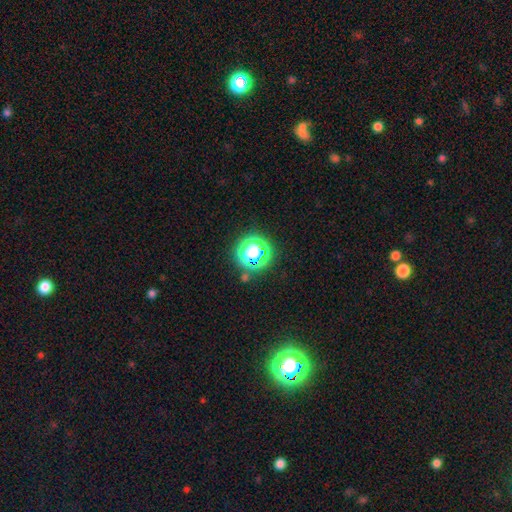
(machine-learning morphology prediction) Smooth or featured? smooth (46%)
Merging? none (71%)